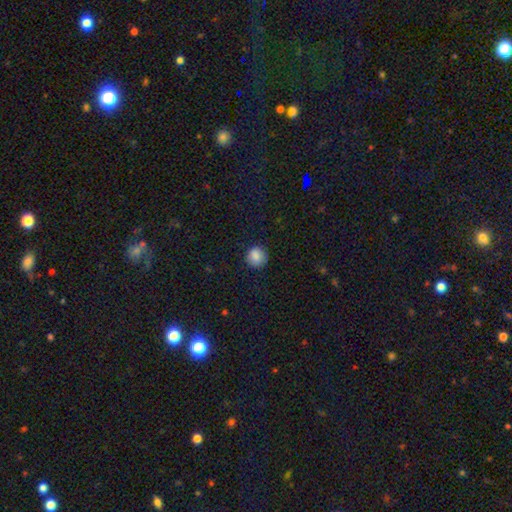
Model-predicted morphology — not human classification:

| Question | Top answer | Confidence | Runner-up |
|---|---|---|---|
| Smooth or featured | smooth | 86% | star or artifact (9%) |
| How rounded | round | 89% | in between (10%) |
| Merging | none | 85% | minor disturbance (11%) |